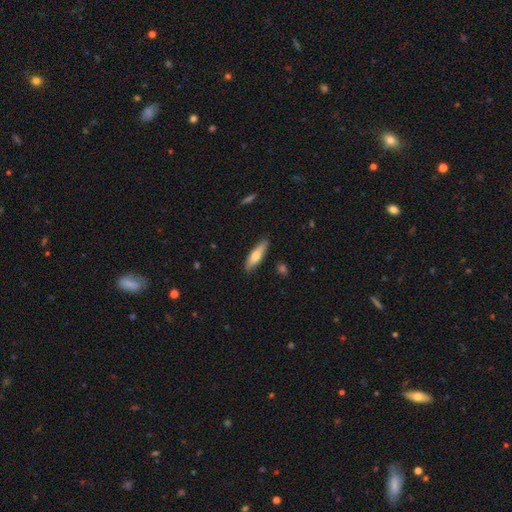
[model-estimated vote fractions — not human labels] Overall: smooth (66%; featured or disk 29%). How rounded: cigar-shaped (62%; in between 36%). Merging: none (86%).